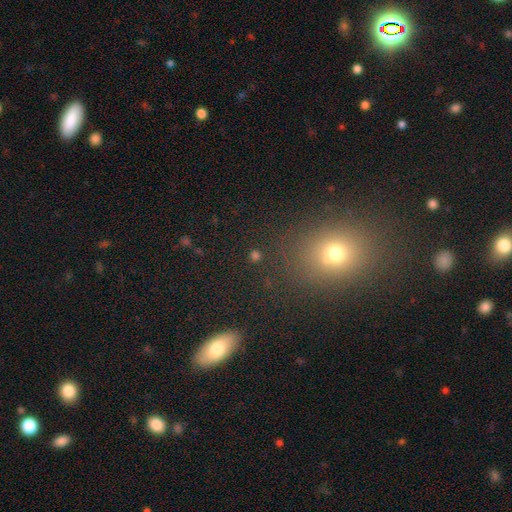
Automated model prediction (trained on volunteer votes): smooth-or-featured: smooth: 59% | star or artifact: 30% | featured or disk: 10%
  how-rounded: round: 73% | in between: 24% | cigar-shaped: 3%
  merging: none: 80% | minor disturbance: 9% | merger: 6% | major disturbance: 5%